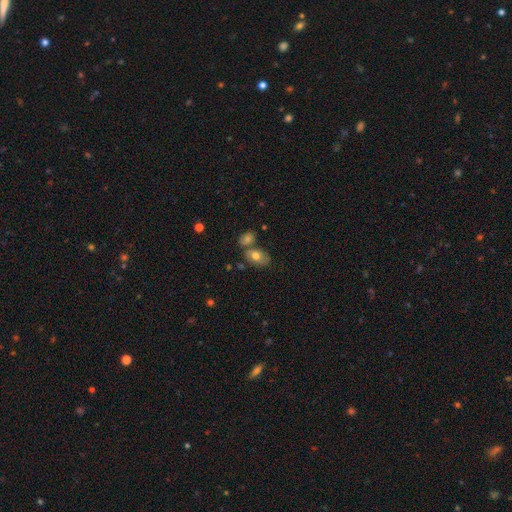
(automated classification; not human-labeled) A smooth galaxy with no disk features (72%) that is in between round and cigar-shaped (84%).

Vote fractions:
- Smooth or featured? smooth: 72% / featured or disk: 20% / star or artifact: 8%
- How rounded? in between: 84% / round: 15% / cigar-shaped: 2%
- Merging? none: 49% / merger: 29% / minor disturbance: 16% / major disturbance: 5%